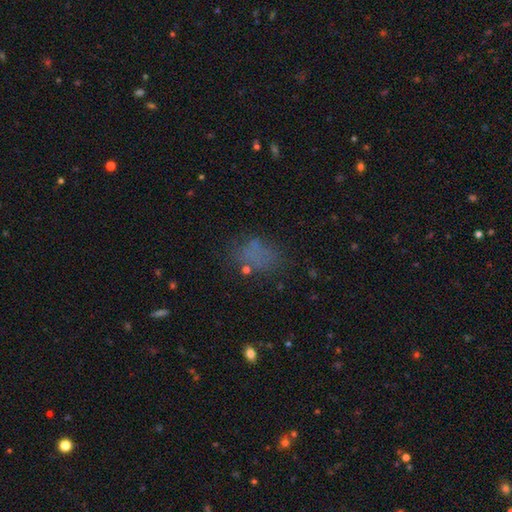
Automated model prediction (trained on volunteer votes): A smooth galaxy with no disk features (58%) that is in between round and cigar-shaped (75%).

Vote fractions:
- Smooth or featured? smooth: 58% / star or artifact: 25% / featured or disk: 17%
- How rounded? in between: 75% / round: 22% / cigar-shaped: 3%
- Merging? none: 59% / minor disturbance: 20% / major disturbance: 17% / merger: 4%